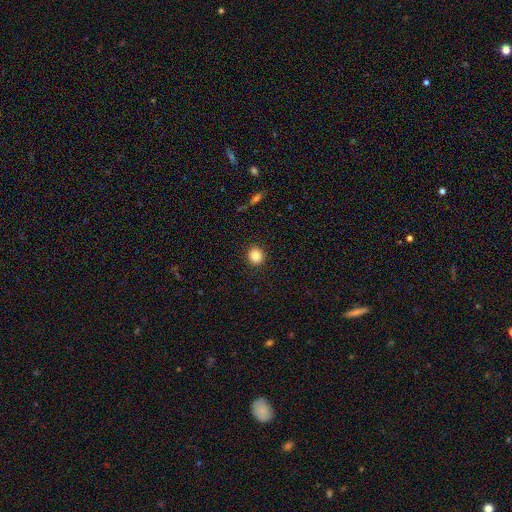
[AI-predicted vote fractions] Smooth or featured? smooth (86%)
How rounded? round (86%)
Merging? none (91%)